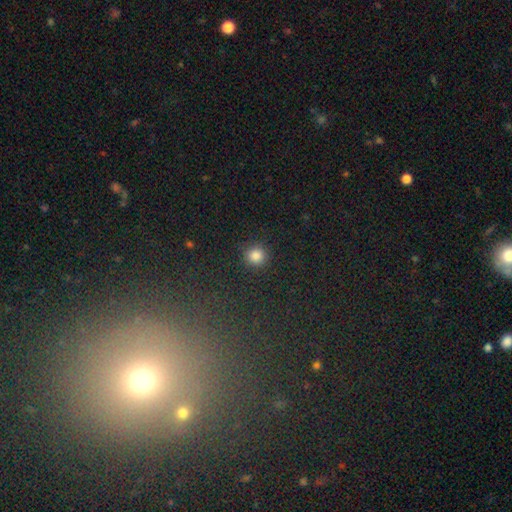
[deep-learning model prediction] The model was most divided on "smooth or featured": smooth: 84%, star or artifact: 12%, featured or disk: 4%. More confident: how rounded — round (93%); merging — none (90%).